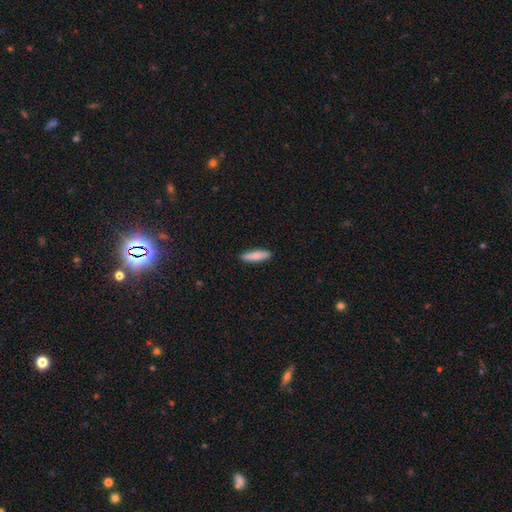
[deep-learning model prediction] Smooth or featured: smooth — 82% (featured or disk — 12%)
How rounded: cigar-shaped — 74% (in between — 24%)
Merging: none — 90% (minor disturbance — 8%)